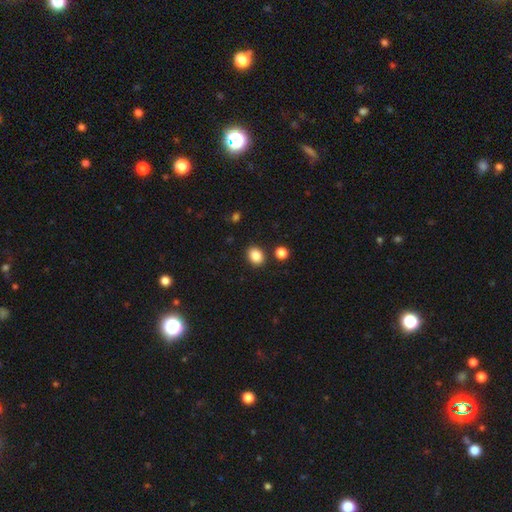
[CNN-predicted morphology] A smooth galaxy with no disk features (86%) that is in between round and cigar-shaped (52%). Merging: none (86%).